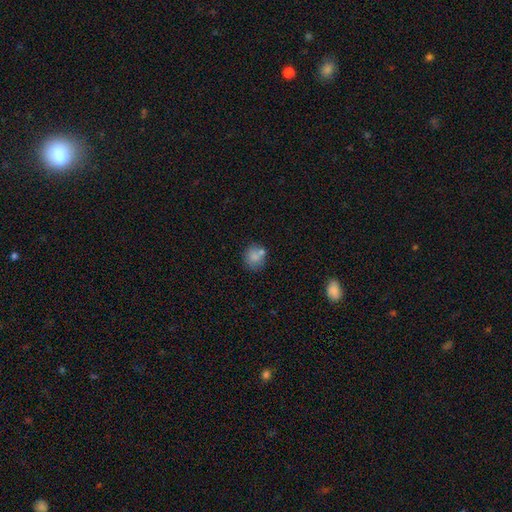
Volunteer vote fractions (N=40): Smooth or featured? 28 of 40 (70%) said smooth. How rounded? 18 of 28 (64%) said round. Merging? 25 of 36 (69%) said none.